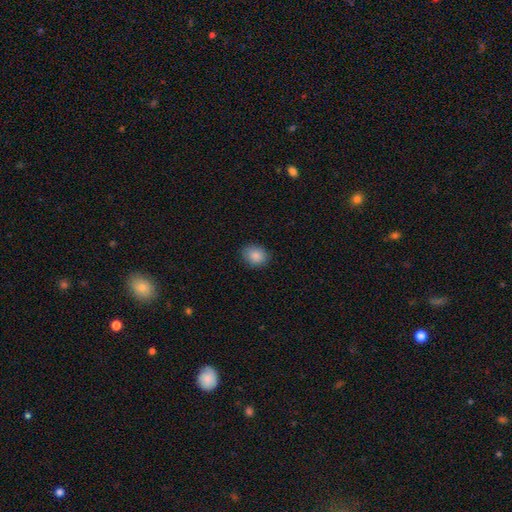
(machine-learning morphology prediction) A smooth galaxy with no disk features (87%) that is round (50%).

Vote fractions:
- Smooth or featured? smooth: 87% / star or artifact: 9% / featured or disk: 4%
- How rounded? round: 50% / in between: 49% / cigar-shaped: 1%
- Merging? none: 85% / minor disturbance: 11% / major disturbance: 2% / merger: 1%